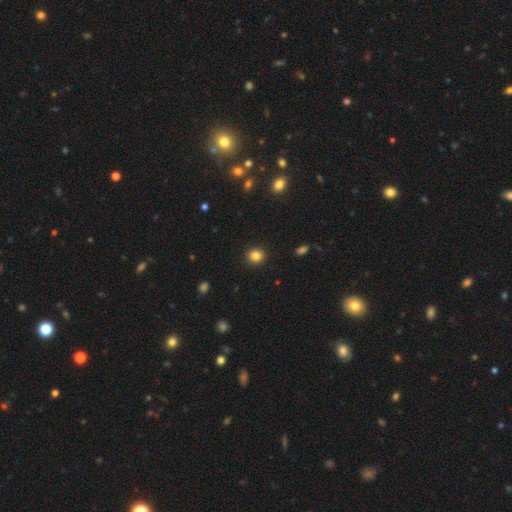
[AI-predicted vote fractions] The model was most divided on "how rounded": round: 84%, in between: 15%, cigar-shaped: 1%. More confident: merging — none (92%); smooth or featured — smooth (84%).